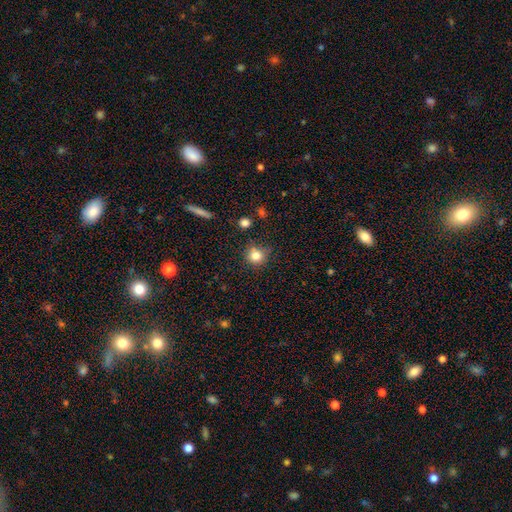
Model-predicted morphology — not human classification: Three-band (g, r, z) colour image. It shows a smooth galaxy with no disk features (80%) that is round (87%). Merging: none (73%).